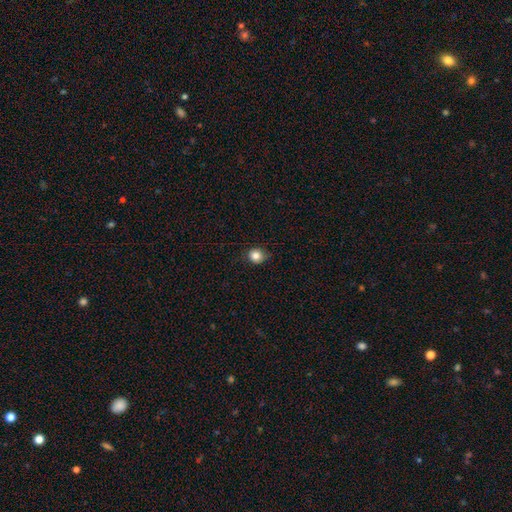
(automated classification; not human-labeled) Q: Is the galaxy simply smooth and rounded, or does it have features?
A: smooth — 84%.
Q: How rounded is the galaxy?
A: round — 83%.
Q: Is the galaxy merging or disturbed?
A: none — 81%.